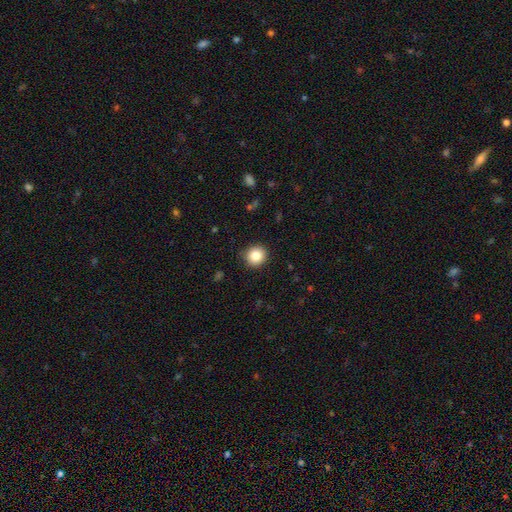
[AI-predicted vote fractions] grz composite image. It shows a smooth galaxy with no disk features (85%) that is round (91%). Merging: none (90%).